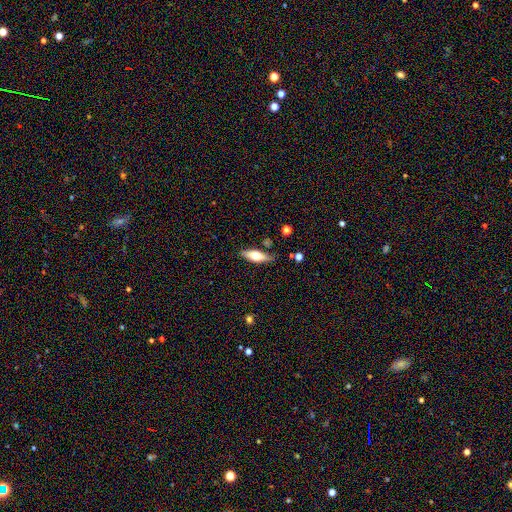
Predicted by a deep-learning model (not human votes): featured or disk 51%, smooth 42%, star or artifact 7%. Down the decision tree: edge-on disk — yes (89%); merging — none (77%).